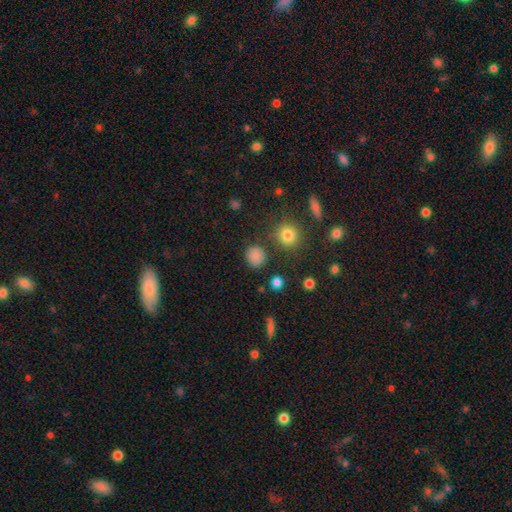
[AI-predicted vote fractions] smooth-or-featured: smooth: 81% | star or artifact: 14% | featured or disk: 5%
  how-rounded: round: 88% | in between: 11% | cigar-shaped: 1%
  merging: none: 84% | minor disturbance: 9% | major disturbance: 4% | merger: 3%